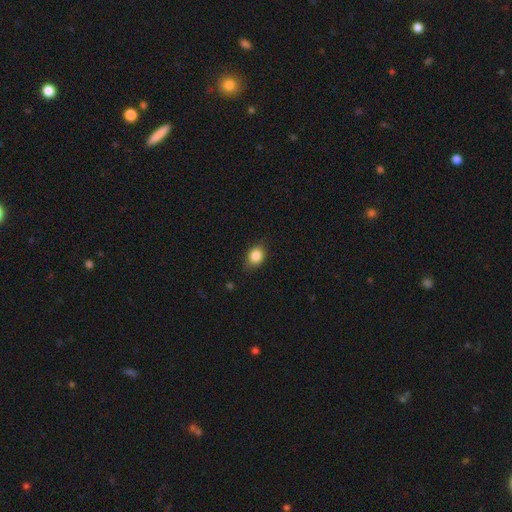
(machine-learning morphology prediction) A smooth galaxy with no disk features (85%) that is in between round and cigar-shaped (51%). Merging: none (76%).